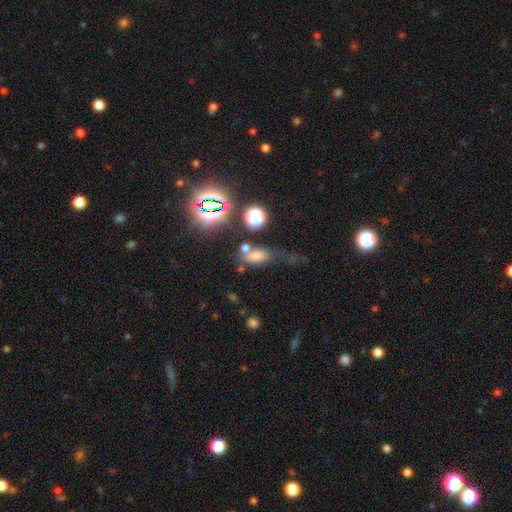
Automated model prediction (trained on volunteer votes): Smooth or featured: smooth — 65% (star or artifact — 23%)
How rounded: in between — 74% (round — 16%)
Merging: none — 41% (minor disturbance — 20%)